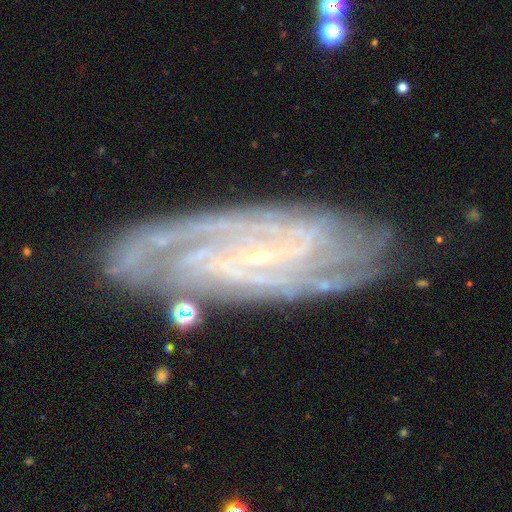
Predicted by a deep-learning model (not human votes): This appears to be a featured or disk galaxy (89%) with a weak bar (40%), 2 (39%) tight (58%) spiral arms (97%) and a small central bulge (84%). Merging: none (79%).